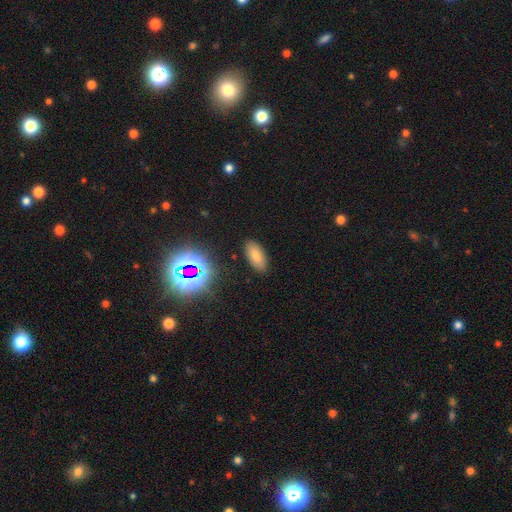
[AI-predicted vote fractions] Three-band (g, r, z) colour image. It shows a smooth galaxy with no disk features (77%) that is in between round and cigar-shaped (90%). Merging: none (87%).